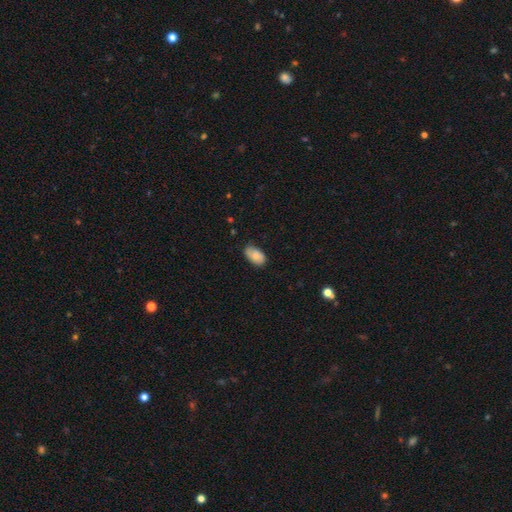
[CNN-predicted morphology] Overall: smooth (77%). How rounded: in between (93%). Merging: none (68%).